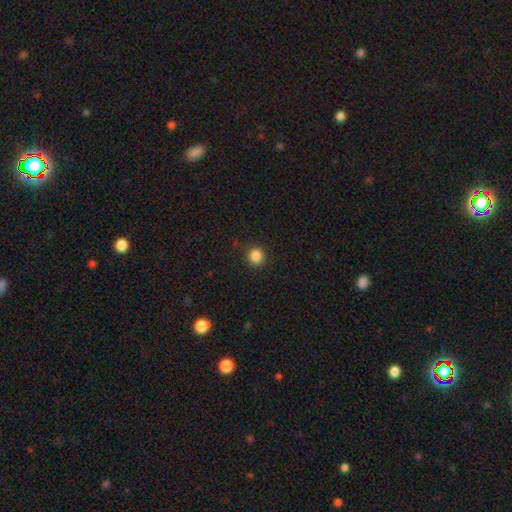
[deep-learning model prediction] Morphology: type=smooth (85%); roundness=round (91%); merging=none (89%).